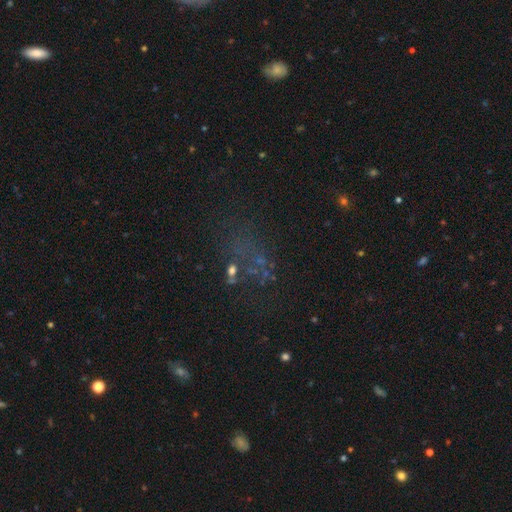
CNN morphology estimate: Overall: star or artifact (46%; smooth 31%).